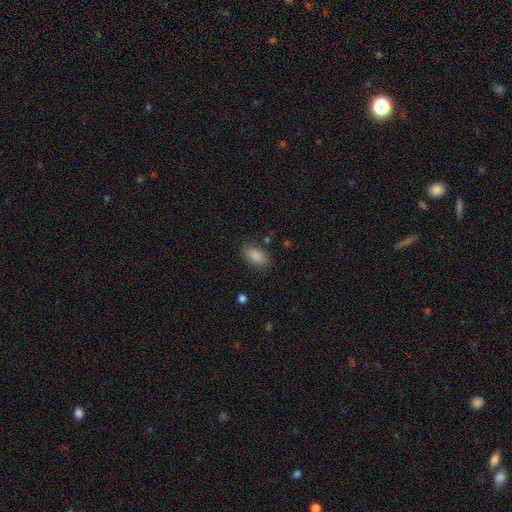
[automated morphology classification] This appears to be a smooth galaxy with no disk features (87%) that is in between round and cigar-shaped (91%). Merging: none (84%).